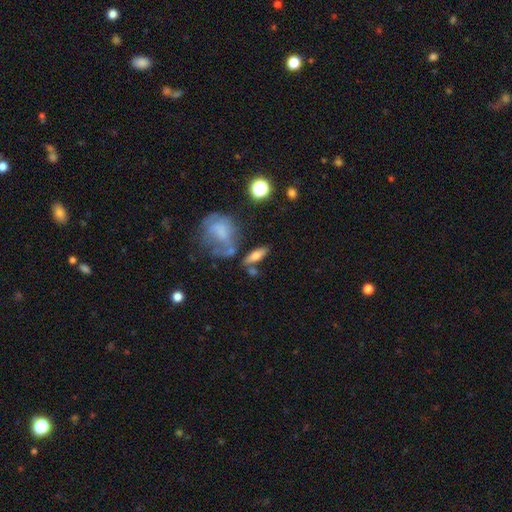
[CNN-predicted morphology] smooth-or-featured: smooth: 62% | featured or disk: 28% | star or artifact: 10%
  how-rounded: in between: 54% | cigar-shaped: 40% | round: 6%
  merging: none: 66% | minor disturbance: 15% | merger: 12% | major disturbance: 6%